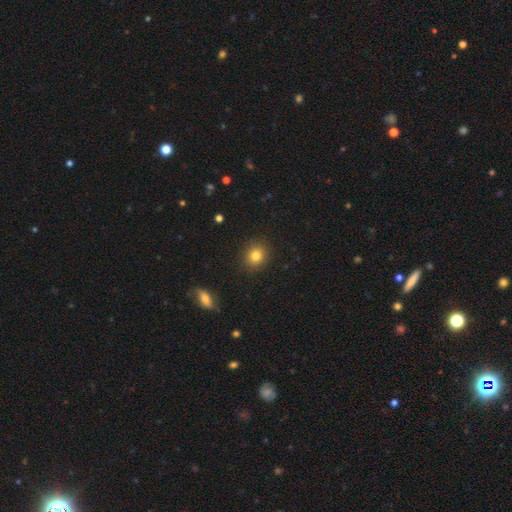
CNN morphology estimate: The model was most divided on "how rounded": round: 78%, in between: 21%, cigar-shaped: 1%. More confident: merging — none (89%); smooth or featured — smooth (82%).